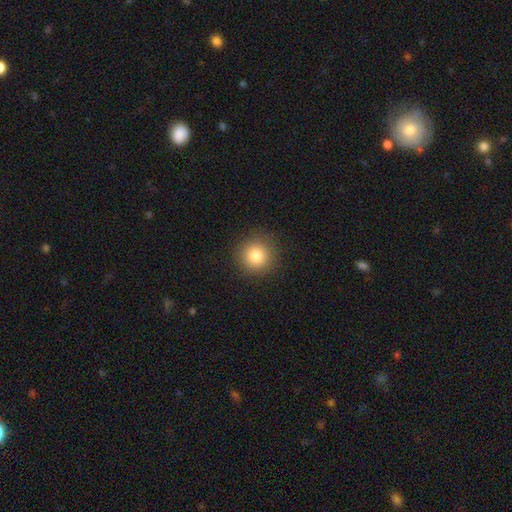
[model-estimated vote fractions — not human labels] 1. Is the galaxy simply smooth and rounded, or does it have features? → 82% smooth, 11% star or artifact, 7% featured or disk.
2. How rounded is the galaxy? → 94% round, 5% in between, 1% cigar-shaped.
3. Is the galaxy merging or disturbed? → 90% none, 7% minor disturbance, 2% major disturbance, 1% merger.